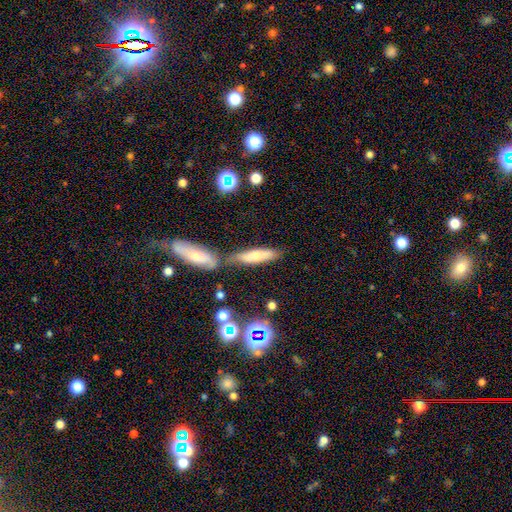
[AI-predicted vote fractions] This is likely a smooth galaxy (69%). How rounded: likely cigar-shaped (73%). Merging: likely none (61%).